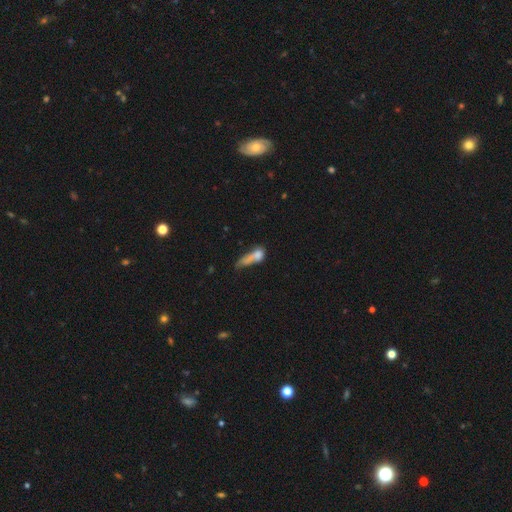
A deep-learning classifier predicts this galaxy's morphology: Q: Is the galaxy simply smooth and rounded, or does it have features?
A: smooth — 65%.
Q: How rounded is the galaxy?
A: in between — 46%.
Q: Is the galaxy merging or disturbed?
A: major disturbance — 30%.